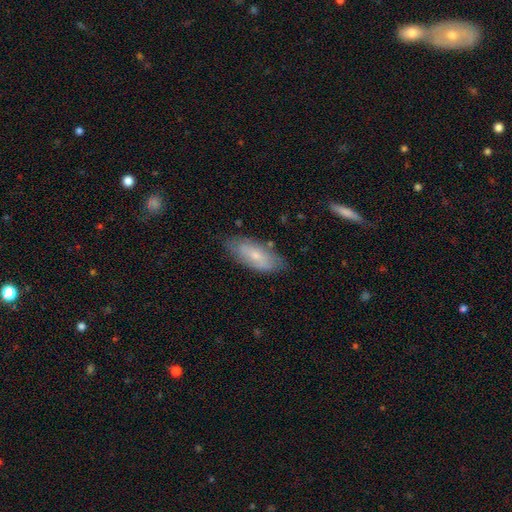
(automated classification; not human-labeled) Morphology: type=smooth (57%); roundness=in between (82%); merging=none (73%).